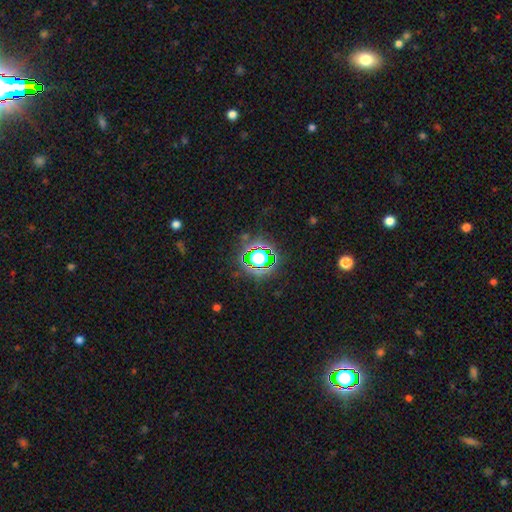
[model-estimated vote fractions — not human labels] Morphology: type=star or artifact (73%).